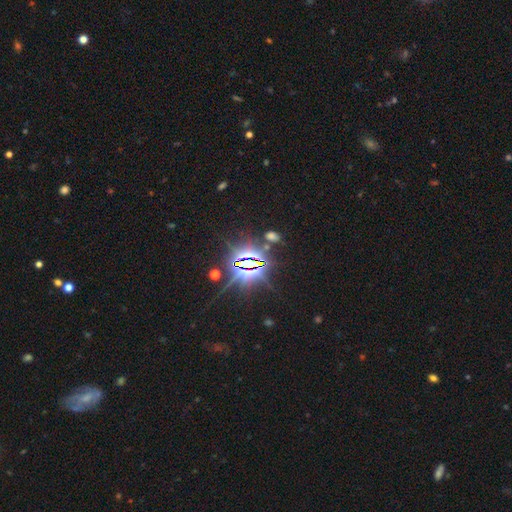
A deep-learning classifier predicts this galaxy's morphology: Smooth or featured? Predicted: star or artifact (p=0.86).